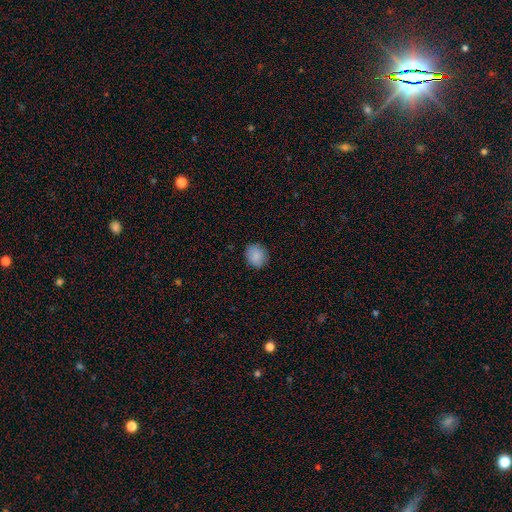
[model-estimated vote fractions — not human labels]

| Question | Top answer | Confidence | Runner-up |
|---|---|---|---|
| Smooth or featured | smooth | 86% | star or artifact (8%) |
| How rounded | round | 71% | in between (28%) |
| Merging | none | 87% | minor disturbance (10%) |